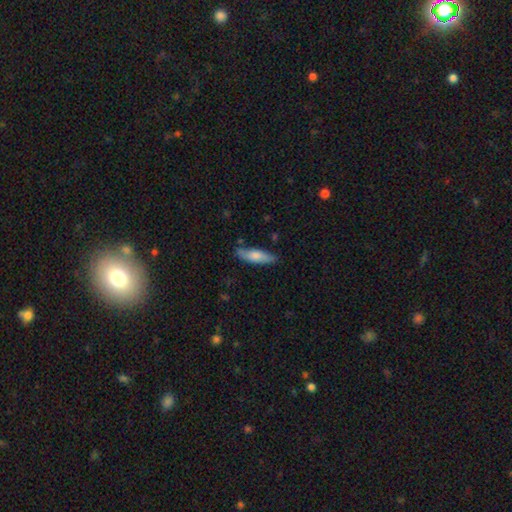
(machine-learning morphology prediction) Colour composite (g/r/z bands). It shows a smooth galaxy with no disk features (73%) that is cigar-shaped (56%). Merging: none (76%).